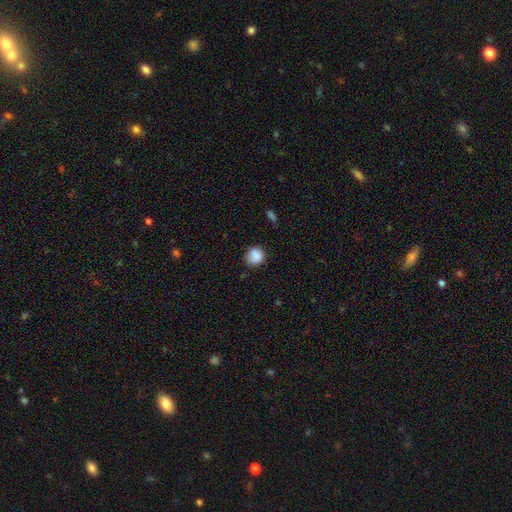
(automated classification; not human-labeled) Smooth or featured? smooth (85%)
How rounded? round (85%)
Merging? none (72%)